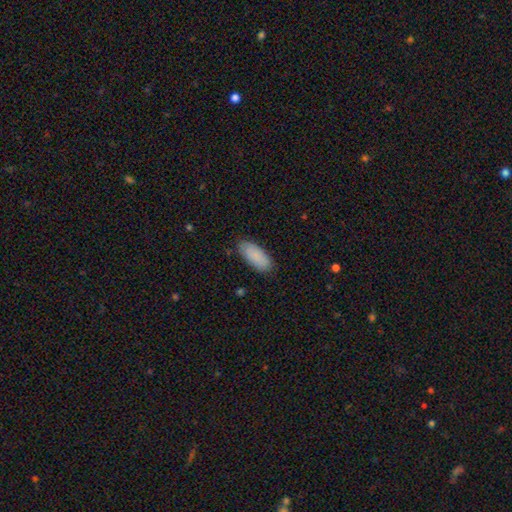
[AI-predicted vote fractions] Q: Smooth or featured?
A: smooth (89%); runner-up: star or artifact (6%)
Q: How rounded?
A: in between (85%); runner-up: cigar-shaped (14%)
Q: Merging?
A: none (85%); runner-up: minor disturbance (12%)